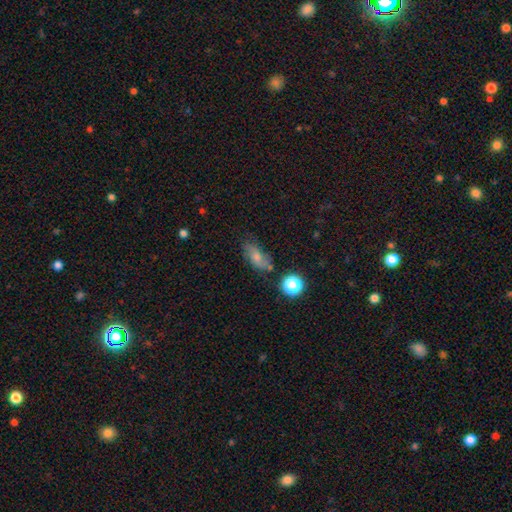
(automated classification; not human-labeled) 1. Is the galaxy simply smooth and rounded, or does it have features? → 52% smooth, 32% featured or disk, 17% star or artifact.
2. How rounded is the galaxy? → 75% in between, 14% round, 11% cigar-shaped.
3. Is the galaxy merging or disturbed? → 69% none, 21% minor disturbance, 6% major disturbance, 4% merger.